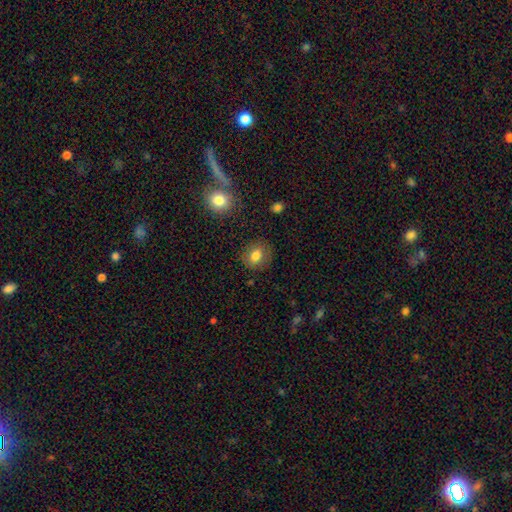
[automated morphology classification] A smooth galaxy with no disk features (78%) that is round (66%). Merging: none (85%).